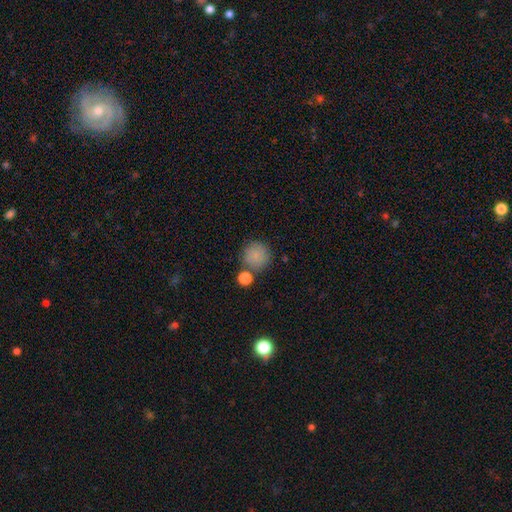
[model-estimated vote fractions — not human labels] This appears to be a smooth galaxy with no disk features (84%) that is round (93%). Merging: none (73%).